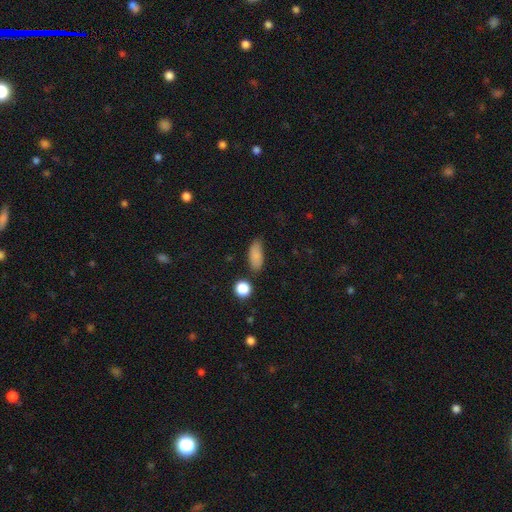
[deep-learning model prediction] smooth 84%, star or artifact 9%, featured or disk 7%. Down the decision tree: how rounded — in between (80%); merging — none (73%).